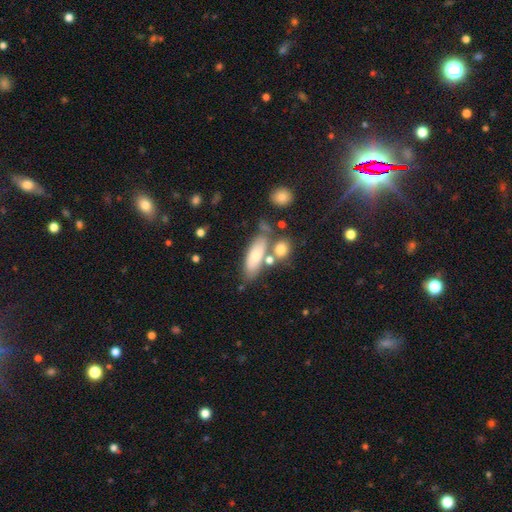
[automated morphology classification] A smooth galaxy with no disk features (66%) that is in between round and cigar-shaped (69%).

Vote fractions:
- Smooth or featured? smooth: 66% / featured or disk: 26% / star or artifact: 8%
- How rounded? in between: 69% / cigar-shaped: 27% / round: 4%
- Merging? none: 57% / merger: 21% / minor disturbance: 16% / major disturbance: 6%